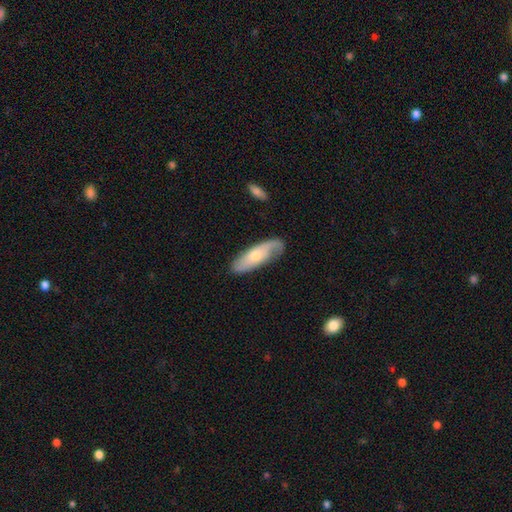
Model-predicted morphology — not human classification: Overall: featured or disk (48%; smooth 47%). Merging: none (64%; minor disturbance 25%).